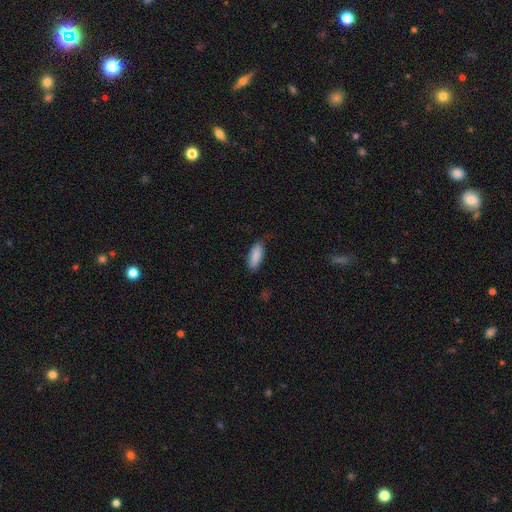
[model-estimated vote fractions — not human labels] smooth 88%, featured or disk 6%, star or artifact 6%. Down the decision tree: how rounded — in between (82%); merging — none (74%).